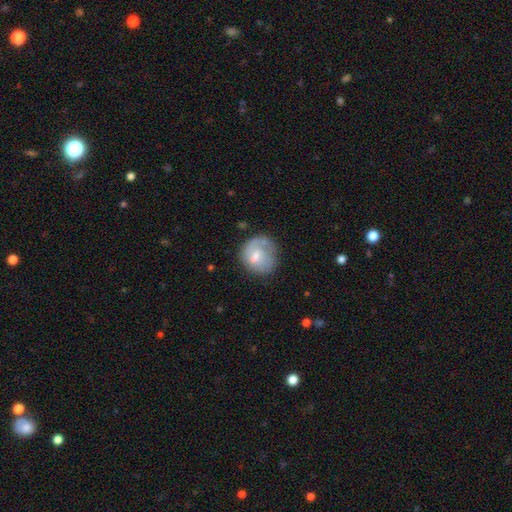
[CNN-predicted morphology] Smooth or featured? smooth (54%)
How rounded? round (79%)
Merging? none (55%)